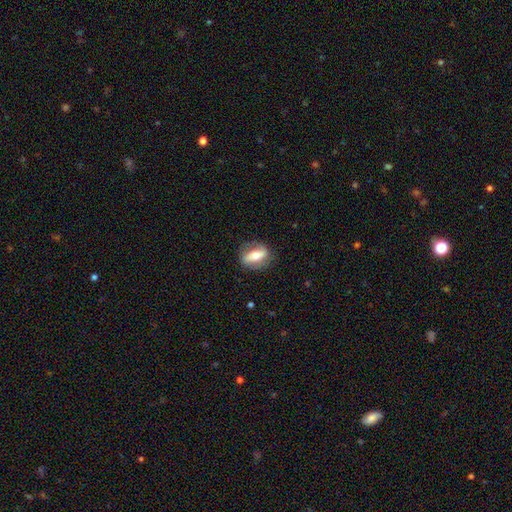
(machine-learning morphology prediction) type=smooth (49%); merging=none (78%).